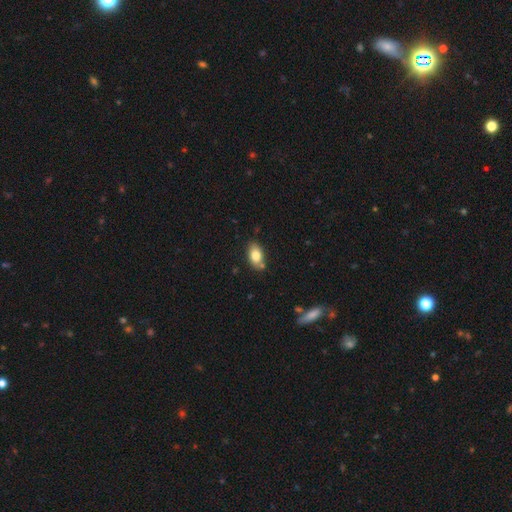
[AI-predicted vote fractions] Smooth or featured: smooth — 80% (featured or disk — 12%)
How rounded: in between — 89% (round — 9%)
Merging: none — 76% (minor disturbance — 15%)